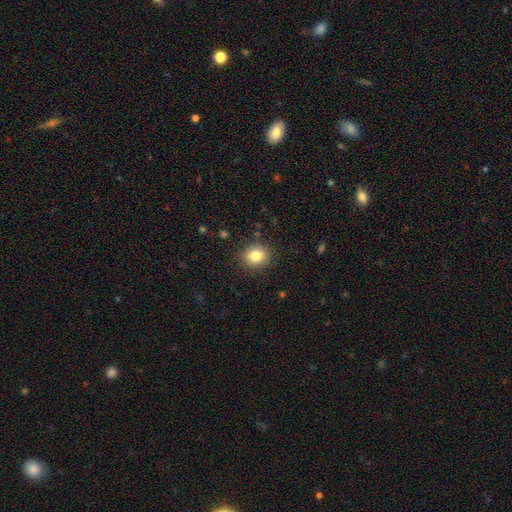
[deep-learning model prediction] smooth_or_featured: smooth (p=0.82) [alt: star or artifact p=0.10]
how_rounded: round (p=0.66) [alt: in between p=0.33]
merging: none (p=0.88) [alt: minor disturbance p=0.09]